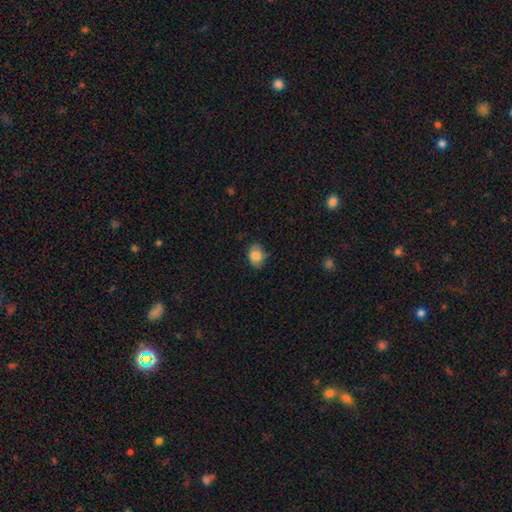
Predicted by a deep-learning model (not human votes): Morphology: type=smooth (82%); roundness=in between (65%); merging=none (78%).